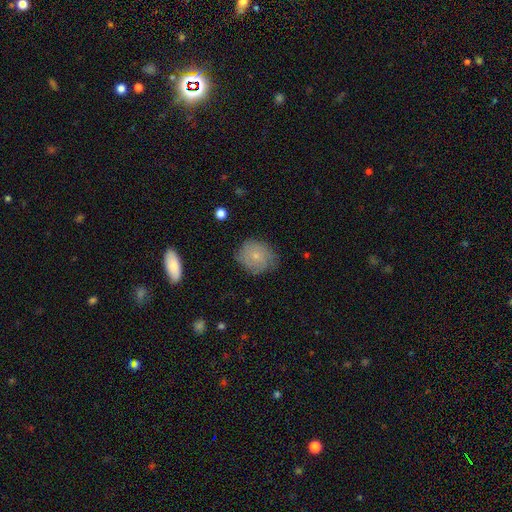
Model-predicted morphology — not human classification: Smooth or featured?
  - smooth: 63% *
  - featured or disk: 29%
  - star or artifact: 8%
How rounded?
  - round: 72% *
  - in between: 27%
  - cigar-shaped: 1%
Merging?
  - none: 68% *
  - minor disturbance: 24%
  - major disturbance: 7%
  - merger: 1%